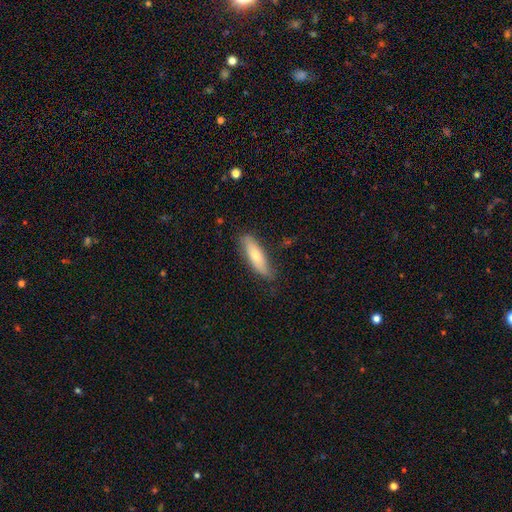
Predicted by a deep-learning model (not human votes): Smooth or featured?
  - smooth: 68% *
  - featured or disk: 26%
  - star or artifact: 6%
How rounded?
  - cigar-shaped: 54% *
  - in between: 44%
  - round: 2%
Merging?
  - none: 78% *
  - minor disturbance: 17%
  - major disturbance: 3%
  - merger: 1%